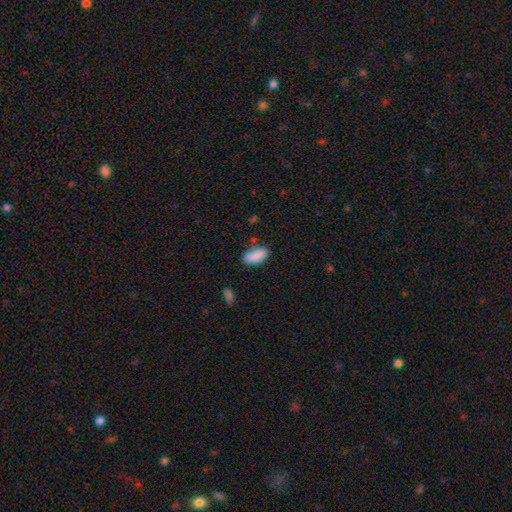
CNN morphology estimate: Smooth or featured? smooth (88%)
How rounded? in between (90%)
Merging? none (73%)